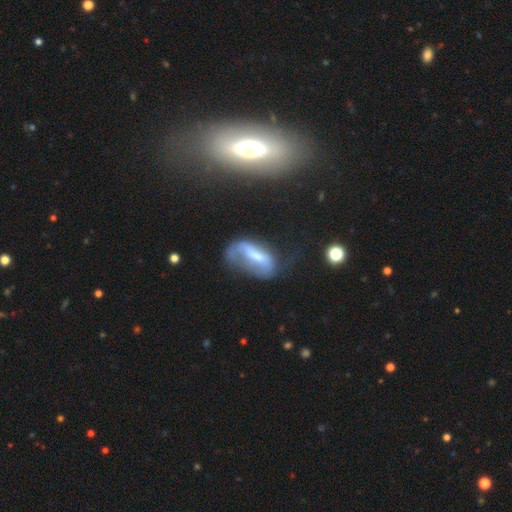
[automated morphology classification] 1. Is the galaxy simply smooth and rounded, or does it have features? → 54% featured or disk, 36% smooth, 10% star or artifact.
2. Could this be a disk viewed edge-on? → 90% no, 10% yes.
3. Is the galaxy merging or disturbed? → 41% major disturbance, 28% none, 24% minor disturbance, 7% merger.